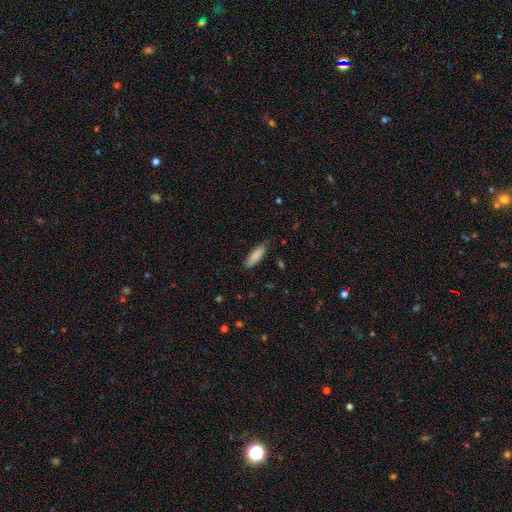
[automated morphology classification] Smooth or featured: smooth — 87% (featured or disk — 7%)
How rounded: cigar-shaped — 53% (in between — 45%)
Merging: none — 78% (minor disturbance — 18%)